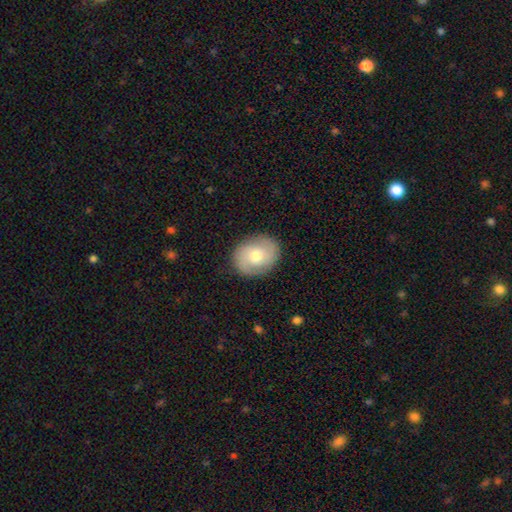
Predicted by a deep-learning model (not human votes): The model was most divided on "how rounded": round: 50%, in between: 49%, cigar-shaped: 1%. More confident: merging — none (86%); smooth or featured — smooth (54%).